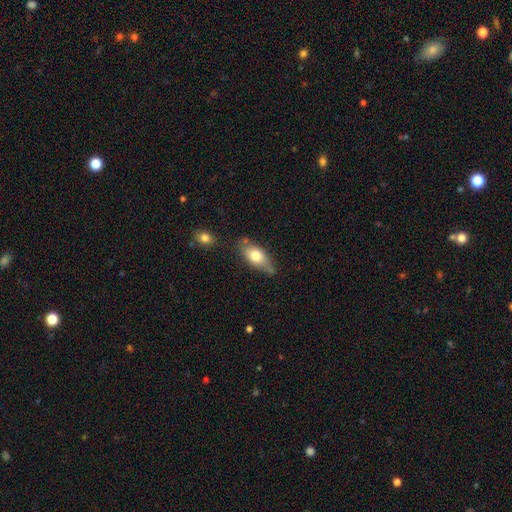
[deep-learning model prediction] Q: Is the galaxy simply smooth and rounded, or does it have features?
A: smooth — 70%.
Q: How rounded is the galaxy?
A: in between — 83%.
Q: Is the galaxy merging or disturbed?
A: none — 58%.